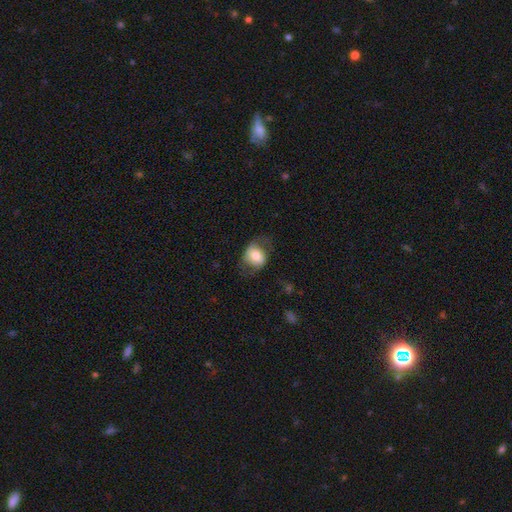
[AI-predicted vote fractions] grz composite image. It shows a smooth galaxy with no disk features (63%) that is in between round and cigar-shaped (51%). Merging: none (61%).